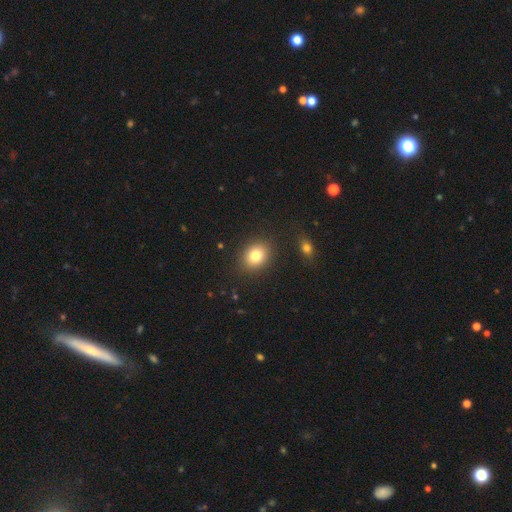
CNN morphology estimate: Q: Smooth or featured?
A: smooth (80%); runner-up: star or artifact (11%)
Q: How rounded?
A: round (54%); runner-up: in between (46%)
Q: Merging?
A: none (87%); runner-up: minor disturbance (8%)